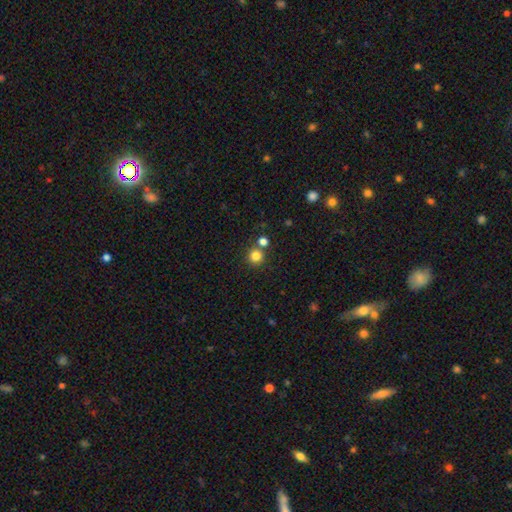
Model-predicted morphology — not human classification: A smooth galaxy with no disk features (82%) that is round (94%).

Vote fractions:
- Smooth or featured? smooth: 82% / star or artifact: 13% / featured or disk: 5%
- How rounded? round: 94% / in between: 5% / cigar-shaped: 1%
- Merging? none: 76% / merger: 15% / minor disturbance: 7% / major disturbance: 2%